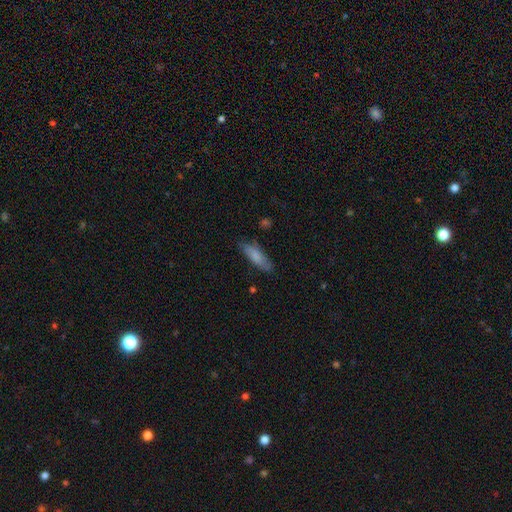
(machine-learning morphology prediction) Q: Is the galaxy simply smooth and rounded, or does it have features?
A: smooth — 80%.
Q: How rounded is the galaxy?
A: cigar-shaped — 49%, tied with in between.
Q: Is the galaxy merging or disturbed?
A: none — 77%.